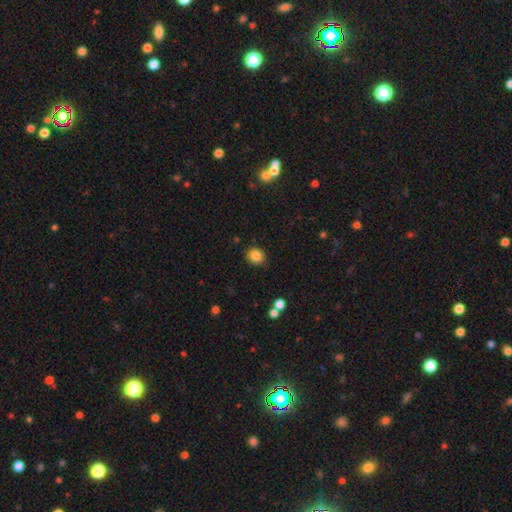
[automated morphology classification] Overall: smooth (85%). How rounded: round (76%). Merging: none (88%).